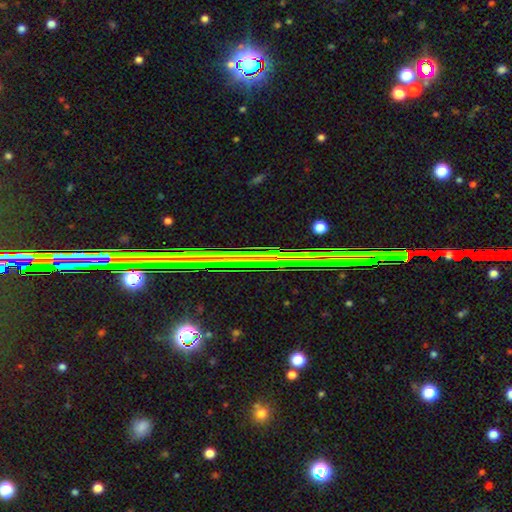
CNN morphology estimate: A star or artifact, not a galaxy (71%).

Vote fractions:
- Smooth or featured? star or artifact: 71% / featured or disk: 18% / smooth: 11%